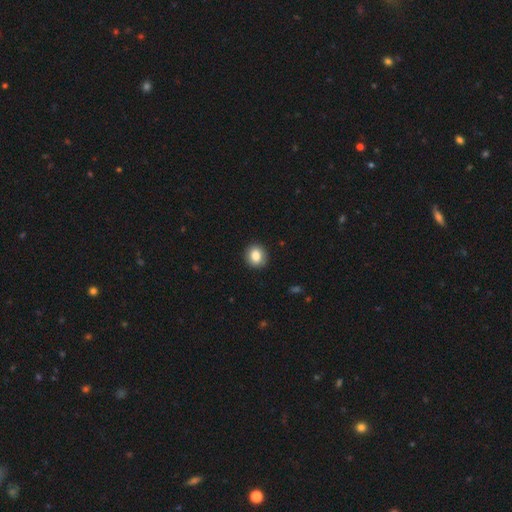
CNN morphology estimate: smooth-or-featured: smooth: 84% | star or artifact: 9% | featured or disk: 7%
  how-rounded: round: 74% | in between: 25% | cigar-shaped: 1%
  merging: none: 90% | minor disturbance: 7% | major disturbance: 2% | merger: 1%